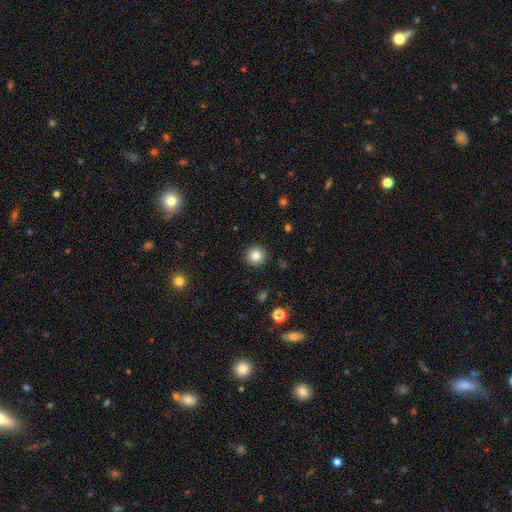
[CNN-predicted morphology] A smooth galaxy with no disk features (82%) that is round (94%).

Vote fractions:
- Smooth or featured? smooth: 82% / star or artifact: 11% / featured or disk: 7%
- How rounded? round: 94% / in between: 5% / cigar-shaped: 1%
- Merging? none: 92% / minor disturbance: 6% / major disturbance: 2% / merger: 1%